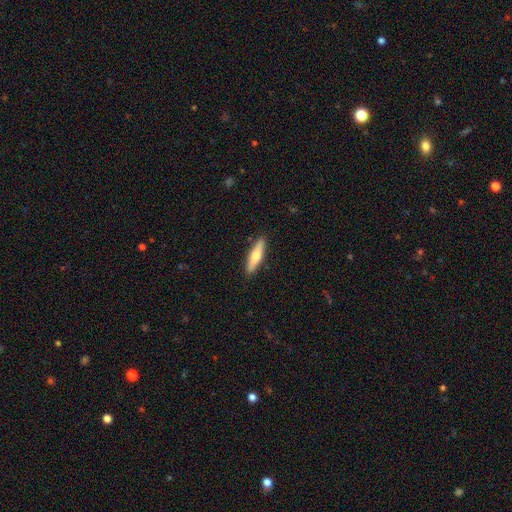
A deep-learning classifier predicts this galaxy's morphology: smooth-or-featured: smooth: 57% | featured or disk: 37% | star or artifact: 5%
  how-rounded: cigar-shaped: 77% | in between: 21% | round: 2%
  merging: none: 90% | minor disturbance: 8% | major disturbance: 2% | merger: 1%